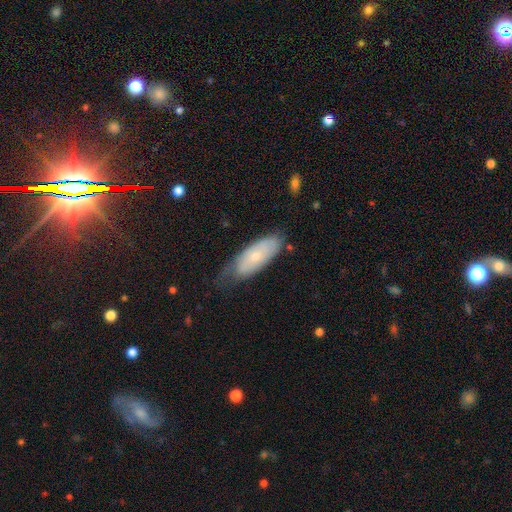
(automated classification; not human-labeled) Morphology: type=smooth (56%); roundness=in between (75%); merging=none (51%).